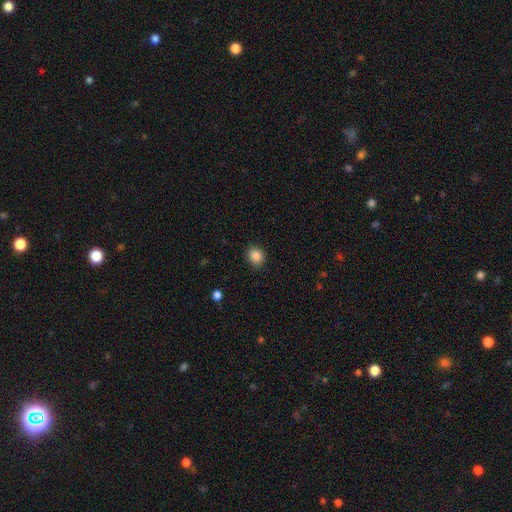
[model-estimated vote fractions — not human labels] Smooth or featured?
  - smooth: 87% *
  - star or artifact: 10%
  - featured or disk: 3%
How rounded?
  - round: 63% *
  - in between: 37%
  - cigar-shaped: 1%
Merging?
  - none: 90% *
  - minor disturbance: 7%
  - major disturbance: 2%
  - merger: 1%